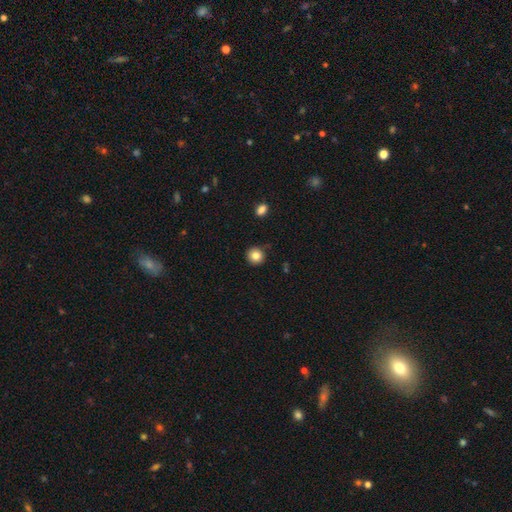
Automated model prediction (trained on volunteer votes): Smooth or featured: smooth — 83% (star or artifact — 10%)
How rounded: round — 92% (in between — 7%)
Merging: none — 88% (minor disturbance — 8%)